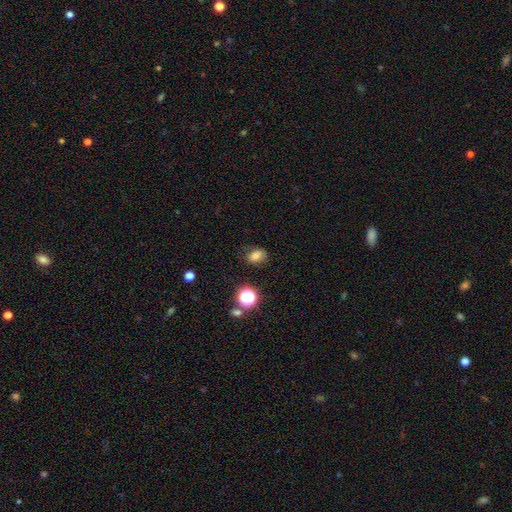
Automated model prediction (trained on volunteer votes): The model was most divided on "how rounded": in between: 65%, round: 33%, cigar-shaped: 1%. More confident: smooth or featured — smooth (76%); merging — none (74%).